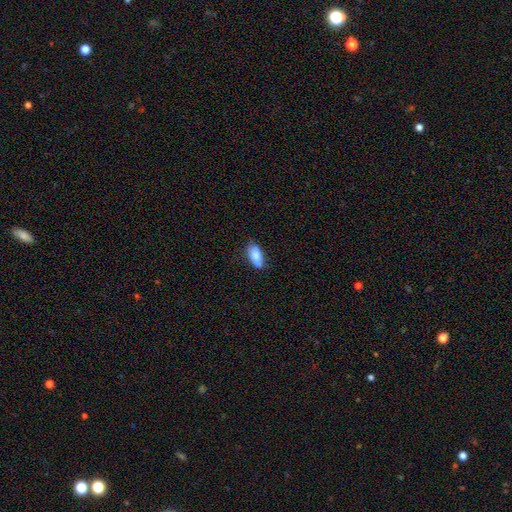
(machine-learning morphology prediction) A smooth galaxy with no disk features (79%) that is in between round and cigar-shaped (87%). Merging: none (69%).